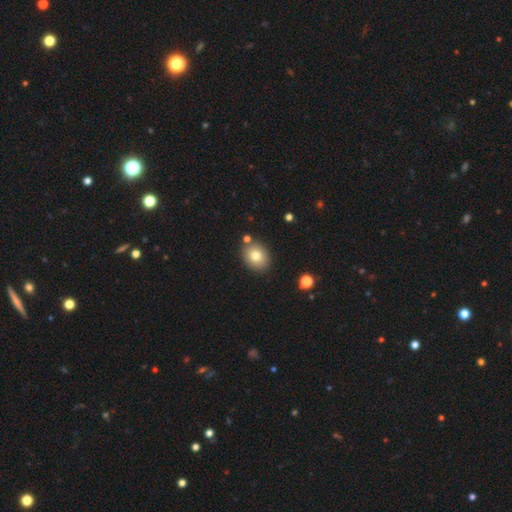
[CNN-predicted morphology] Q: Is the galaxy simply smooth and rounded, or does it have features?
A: smooth — 78%.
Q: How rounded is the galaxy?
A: round — 54%.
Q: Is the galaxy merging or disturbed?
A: none — 83%.